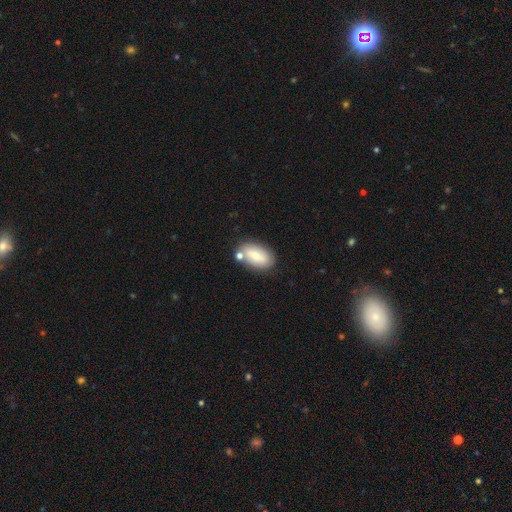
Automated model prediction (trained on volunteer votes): The model was most divided on "smooth or featured": smooth: 70%, featured or disk: 22%, star or artifact: 7%. More confident: how rounded — in between (91%); merging — none (68%).